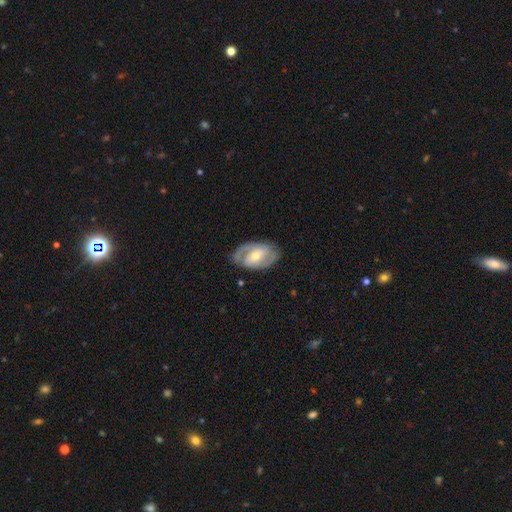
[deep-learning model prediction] Smooth or featured? Predicted: featured or disk (p=0.75). Edge-on disk? Predicted: no (p=0.95). Bar? Predicted: weak (p=0.41). Spiral arms? Predicted: yes (p=0.83). Spiral winding? Predicted: medium (p=0.45). Spiral arm count? Predicted: 2 (p=0.80). Bulge size? Predicted: moderate (p=0.59). Merging? Predicted: none (p=0.79).